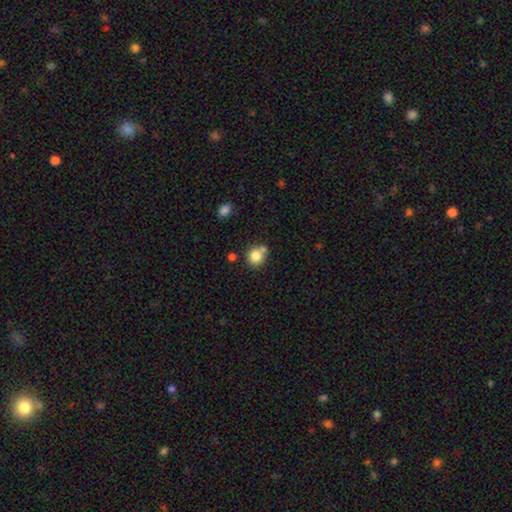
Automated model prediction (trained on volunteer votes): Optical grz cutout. It shows a smooth galaxy with no disk features (81%) that is round (84%). Merging: none (62%).